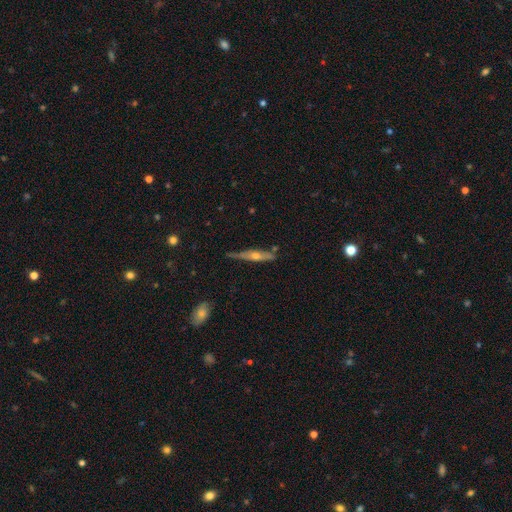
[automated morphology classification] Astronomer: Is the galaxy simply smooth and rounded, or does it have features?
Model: featured or disk — 68%.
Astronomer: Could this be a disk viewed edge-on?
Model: yes — 94%.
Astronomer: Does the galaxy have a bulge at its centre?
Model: rounded — 89%.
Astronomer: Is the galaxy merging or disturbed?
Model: none — 73%.